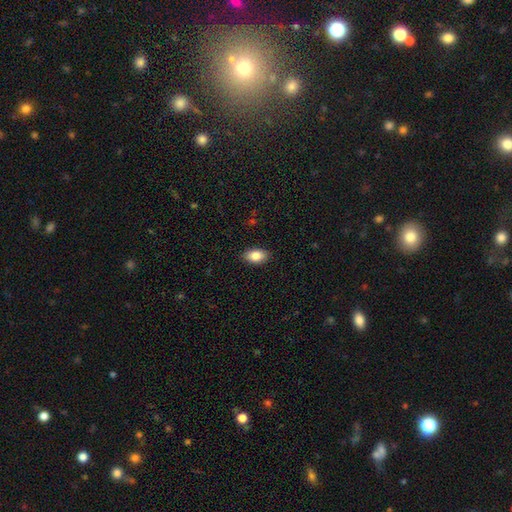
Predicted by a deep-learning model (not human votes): Morphology: type=smooth (84%); roundness=in between (92%); merging=none (89%).